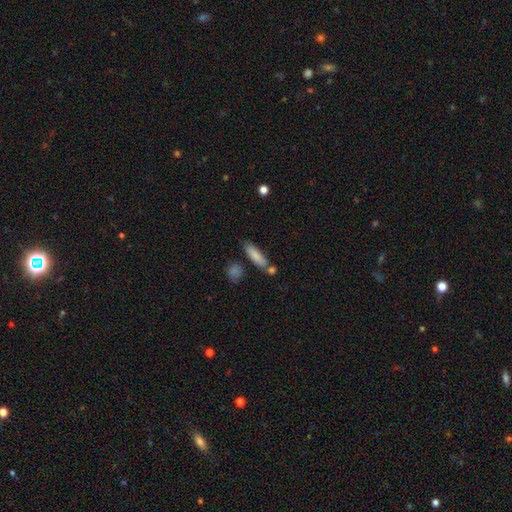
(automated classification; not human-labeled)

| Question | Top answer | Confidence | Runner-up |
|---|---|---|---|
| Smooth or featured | smooth | 82% | featured or disk (11%) |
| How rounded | cigar-shaped | 57% | in between (41%) |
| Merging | none | 65% | merger (16%) |